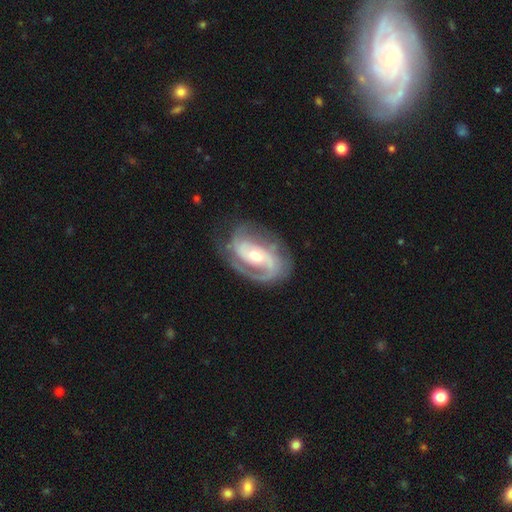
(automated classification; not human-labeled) Overall: featured or disk (89%). Edge-on disk: no (97%). Bar: no (39%, tied with weak). Spiral arms: yes (96%). Spiral arm count: 2 (60%). Spiral winding: tight (46%; medium 41%). Bulge size: moderate (60%; small 33%). Merging: none (67%).